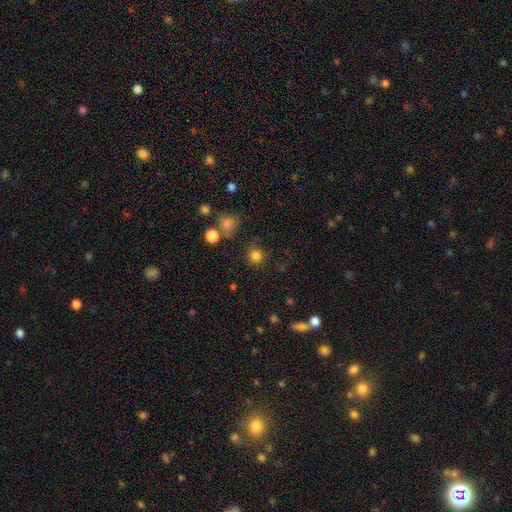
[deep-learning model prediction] Q: Smooth or featured?
A: smooth (81%); runner-up: star or artifact (14%)
Q: How rounded?
A: round (89%); runner-up: in between (10%)
Q: Merging?
A: none (77%); runner-up: minor disturbance (13%)